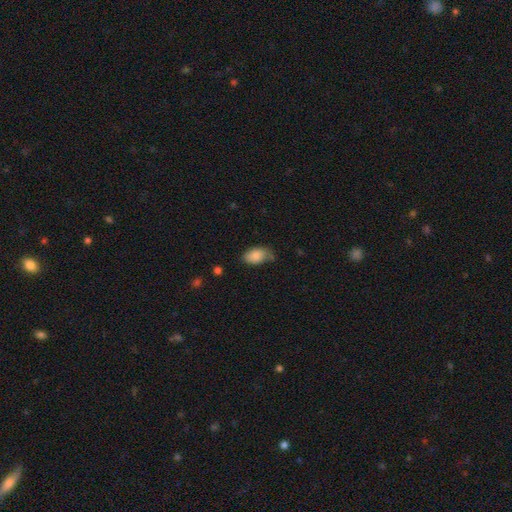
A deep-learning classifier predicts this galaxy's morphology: Smooth or featured?
  - smooth: 84% *
  - featured or disk: 8%
  - star or artifact: 7%
How rounded?
  - in between: 89% *
  - round: 9%
  - cigar-shaped: 2%
Merging?
  - none: 59% *
  - minor disturbance: 31%
  - major disturbance: 7%
  - merger: 3%